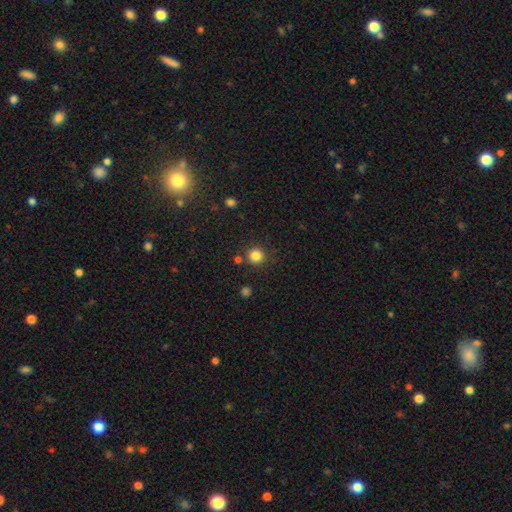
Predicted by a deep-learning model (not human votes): Smooth or featured? Predicted: smooth (p=0.83). How rounded? Predicted: round (p=0.94). Merging? Predicted: none (p=0.86).